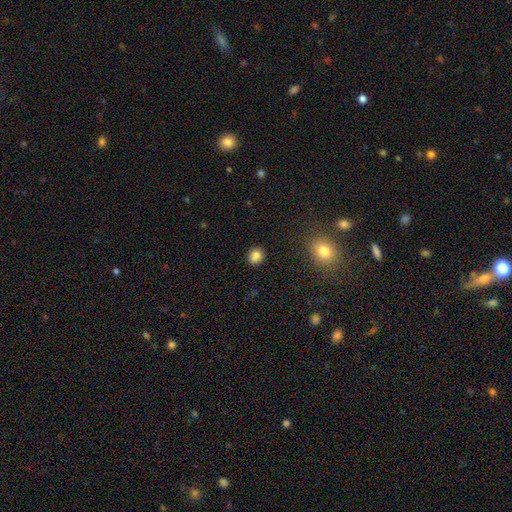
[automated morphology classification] Smooth or featured? smooth (85%)
How rounded? round (75%)
Merging? none (88%)